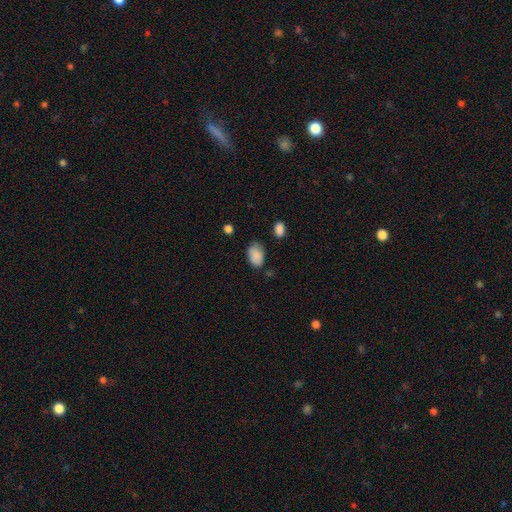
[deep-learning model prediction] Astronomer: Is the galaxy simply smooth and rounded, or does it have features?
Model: smooth — 86%.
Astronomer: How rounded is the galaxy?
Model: in between — 88%.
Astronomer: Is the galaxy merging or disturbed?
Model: none — 65%.